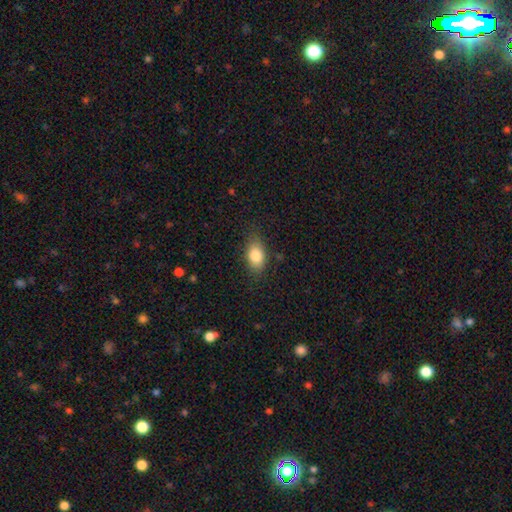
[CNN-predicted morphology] smooth-or-featured: smooth: 82% | featured or disk: 10% | star or artifact: 8%
  how-rounded: in between: 85% | round: 12% | cigar-shaped: 3%
  merging: none: 79% | minor disturbance: 16% | major disturbance: 4% | merger: 1%